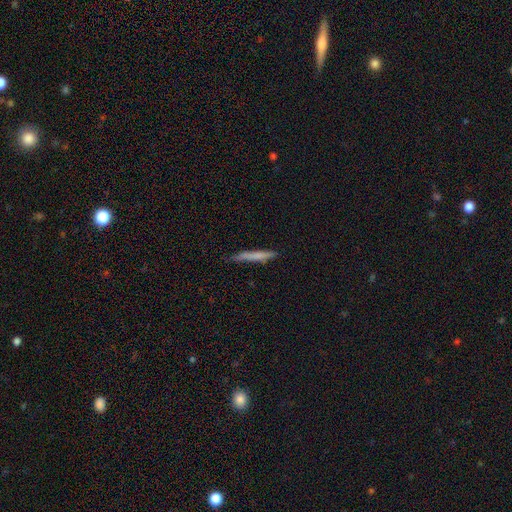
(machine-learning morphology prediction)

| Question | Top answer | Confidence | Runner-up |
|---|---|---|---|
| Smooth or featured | smooth | 66% | featured or disk (28%) |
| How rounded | cigar-shaped | 95% | in between (3%) |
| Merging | none | 77% | minor disturbance (18%) |